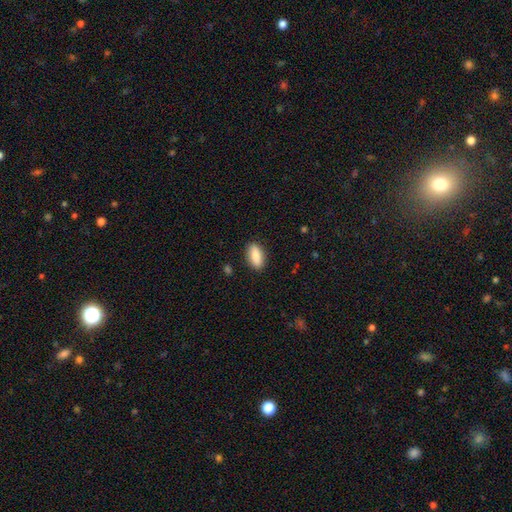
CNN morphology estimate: This is clearly a smooth galaxy (86%). How rounded: clearly in between (83%). Merging: clearly none (88%).